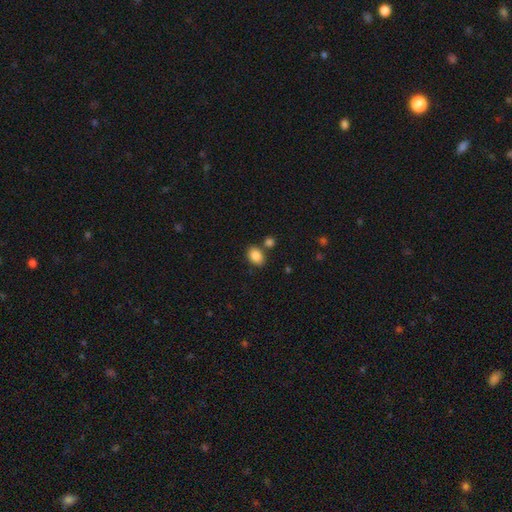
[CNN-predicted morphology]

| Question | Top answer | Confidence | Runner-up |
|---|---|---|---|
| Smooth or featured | smooth | 86% | star or artifact (9%) |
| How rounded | in between | 71% | round (28%) |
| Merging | none | 74% | minor disturbance (11%) |